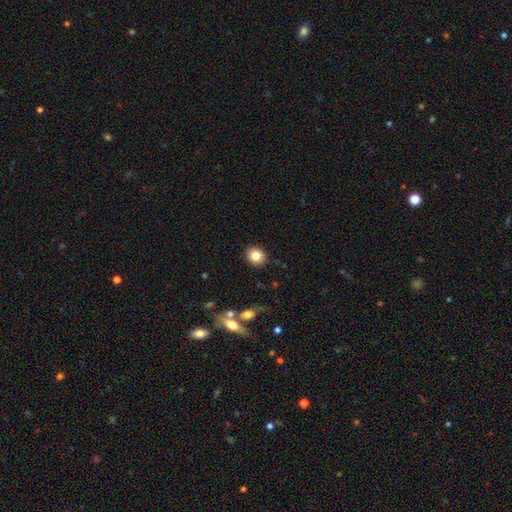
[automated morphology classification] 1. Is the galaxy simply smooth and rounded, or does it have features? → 82% smooth, 10% star or artifact, 9% featured or disk.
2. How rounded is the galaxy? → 81% round, 18% in between, 1% cigar-shaped.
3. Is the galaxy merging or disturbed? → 90% none, 6% minor disturbance, 2% major disturbance, 2% merger.